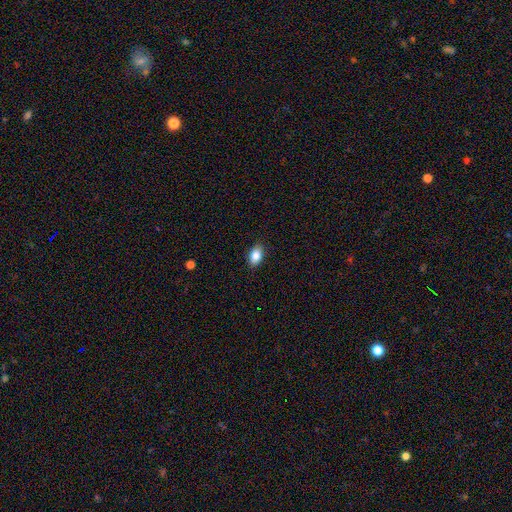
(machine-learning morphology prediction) A smooth galaxy with no disk features (86%) that is in between round and cigar-shaped (90%).

Vote fractions:
- Smooth or featured? smooth: 86% / star or artifact: 8% / featured or disk: 6%
- How rounded? in between: 90% / round: 8% / cigar-shaped: 2%
- Merging? none: 88% / minor disturbance: 9% / major disturbance: 2% / merger: 1%